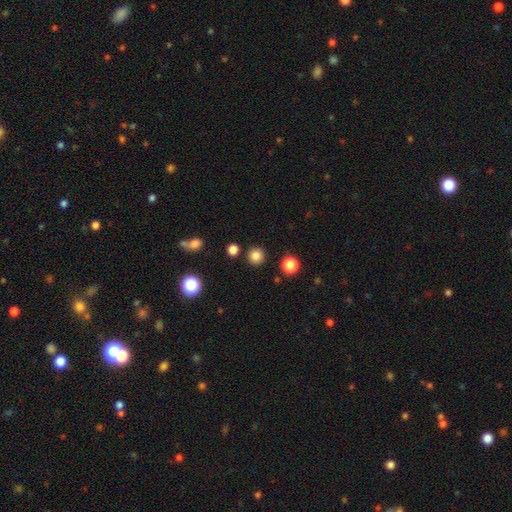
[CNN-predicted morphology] The model was most divided on "smooth or featured": smooth: 83%, star or artifact: 13%, featured or disk: 4%. More confident: how rounded — round (94%); merging — none (89%).